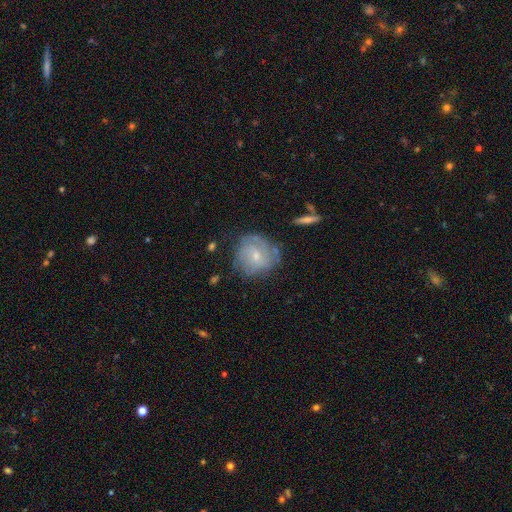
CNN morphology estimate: This is possibly a featured or disk galaxy (55%). It is clearly not viewed edge-on (96%). Bar: likely no (62%). Spiral arm pattern: likely yes (74%). Central bulge: likely small (66%). Merging: likely none (67%).